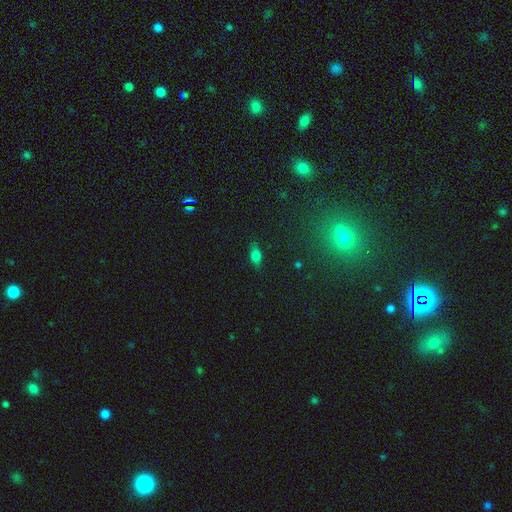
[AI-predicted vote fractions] Smooth or featured? smooth (67%)
How rounded? in between (77%)
Merging? none (83%)